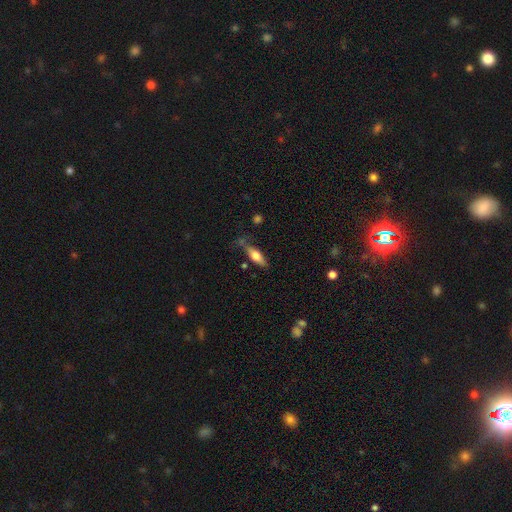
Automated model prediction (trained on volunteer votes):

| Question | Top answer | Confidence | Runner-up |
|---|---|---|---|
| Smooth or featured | smooth | 56% | featured or disk (38%) |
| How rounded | in between | 54% | cigar-shaped (43%) |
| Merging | none | 64% | minor disturbance (22%) |